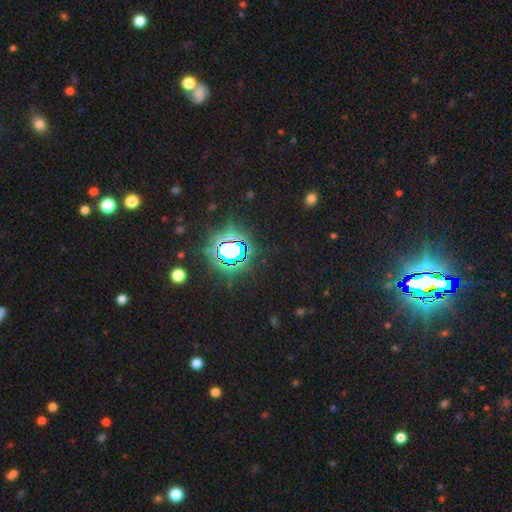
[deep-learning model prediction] Overall: star or artifact (83%).